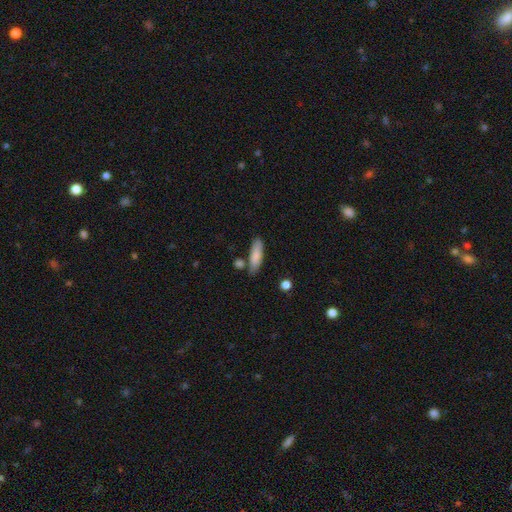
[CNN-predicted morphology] This appears to be a smooth galaxy with no disk features (84%) that is cigar-shaped (52%). Merging: none (71%).